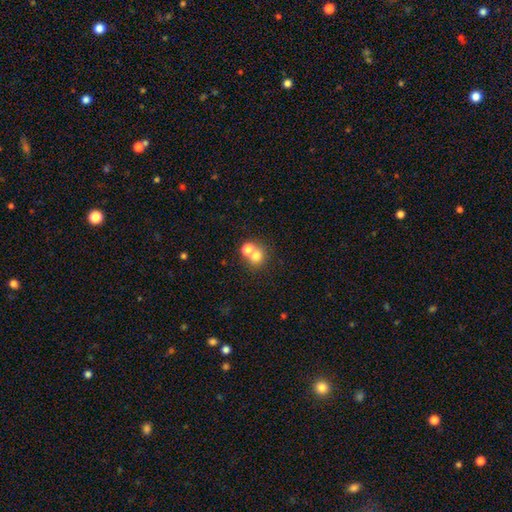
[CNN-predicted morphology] Smooth or featured? smooth (72%)
How rounded? round (79%)
Merging? merger (47%)